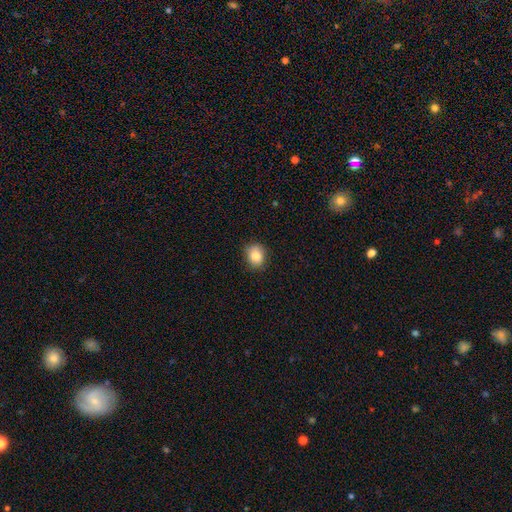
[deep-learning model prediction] Smooth or featured? Predicted: smooth (p=0.84). How rounded? Predicted: round (p=0.61). Merging? Predicted: none (p=0.82).